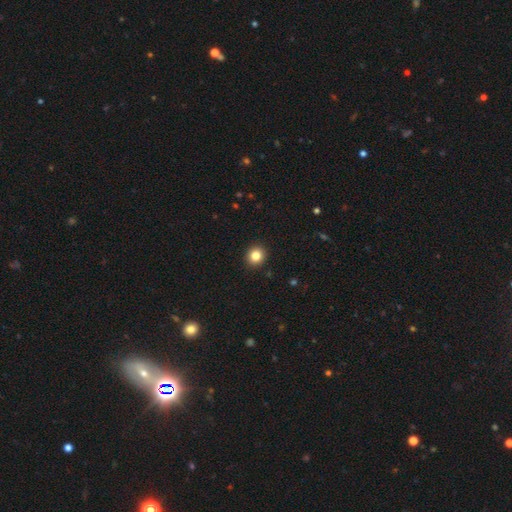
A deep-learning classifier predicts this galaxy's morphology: A smooth galaxy with no disk features (84%) that is round (87%).

Vote fractions:
- Smooth or featured? smooth: 84% / star or artifact: 11% / featured or disk: 5%
- How rounded? round: 87% / in between: 12% / cigar-shaped: 1%
- Merging? none: 93% / minor disturbance: 5% / major disturbance: 2% / merger: 1%